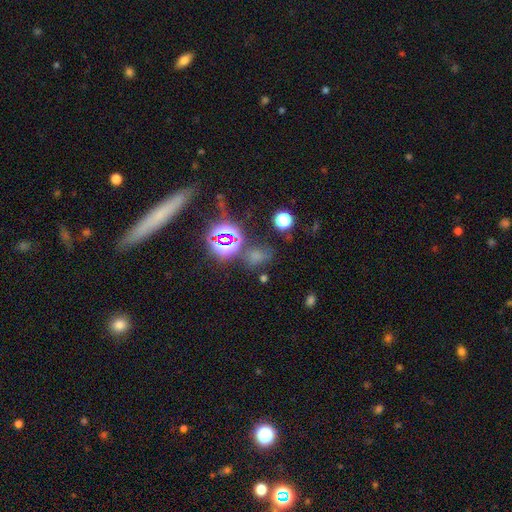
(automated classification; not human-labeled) Smooth or featured: smooth — 48% (star or artifact — 44%)
Merging: none — 61% (minor disturbance — 18%)